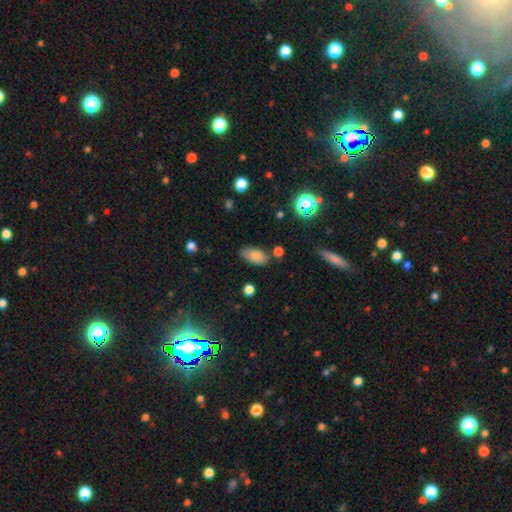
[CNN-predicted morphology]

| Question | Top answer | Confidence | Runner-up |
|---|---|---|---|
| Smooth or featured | smooth | 83% | star or artifact (10%) |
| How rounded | in between | 93% | cigar-shaped (4%) |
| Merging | none | 75% | minor disturbance (17%) |